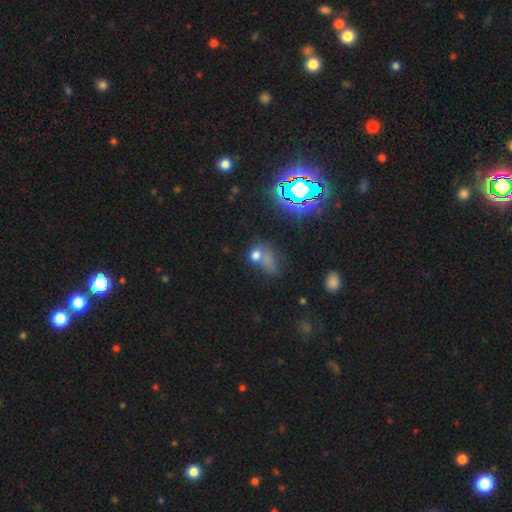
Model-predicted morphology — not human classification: The model was most divided on "merging": merger: 33%, none: 31%, major disturbance: 21%, minor disturbance: 15%. More confident: smooth or featured — smooth (57%); how rounded — in between (51%).